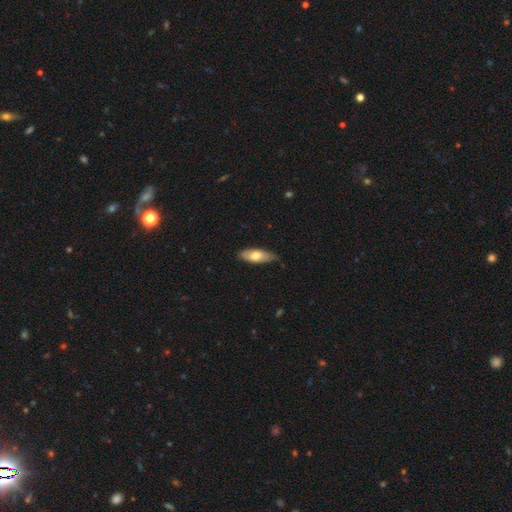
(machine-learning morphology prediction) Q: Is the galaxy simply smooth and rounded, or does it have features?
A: smooth — 67%.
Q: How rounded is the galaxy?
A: in between — 67%.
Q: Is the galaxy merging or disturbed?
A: none — 75%.